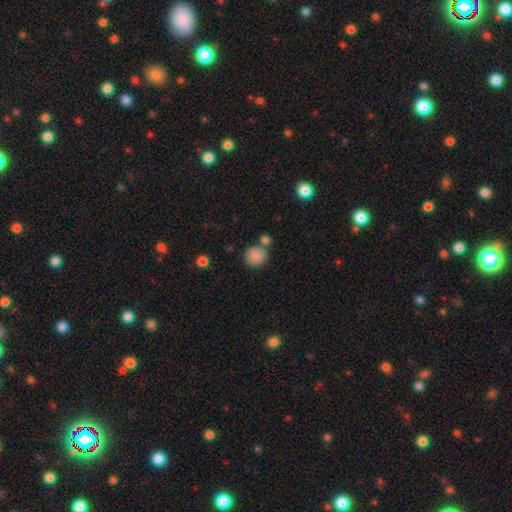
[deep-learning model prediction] smooth-or-featured: smooth: 84% | star or artifact: 10% | featured or disk: 6%
  how-rounded: round: 89% | in between: 10% | cigar-shaped: 1%
  merging: none: 68% | merger: 18% | minor disturbance: 11% | major disturbance: 3%